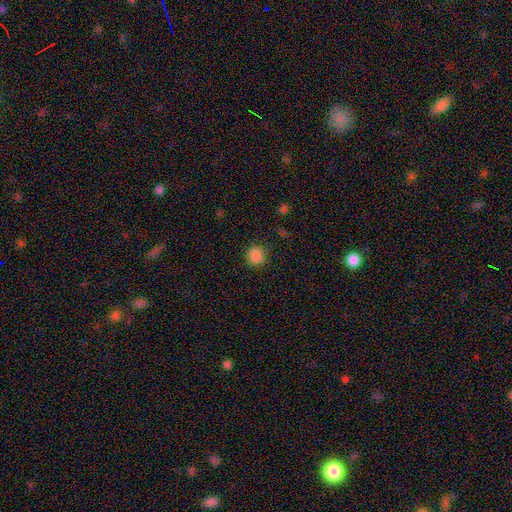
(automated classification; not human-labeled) Smooth or featured?
  - smooth: 86% *
  - star or artifact: 11%
  - featured or disk: 3%
How rounded?
  - round: 90% *
  - in between: 9%
  - cigar-shaped: 1%
Merging?
  - none: 88% *
  - minor disturbance: 8%
  - major disturbance: 3%
  - merger: 1%